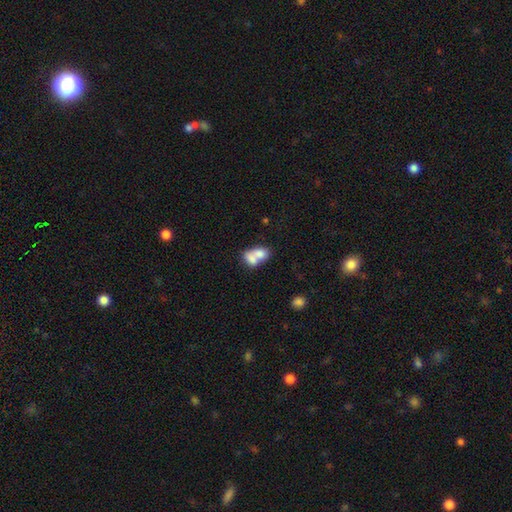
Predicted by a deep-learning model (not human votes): Q: Smooth or featured?
A: smooth (72%); runner-up: featured or disk (20%)
Q: How rounded?
A: in between (76%); runner-up: round (22%)
Q: Merging?
A: merger (72%); runner-up: none (17%)